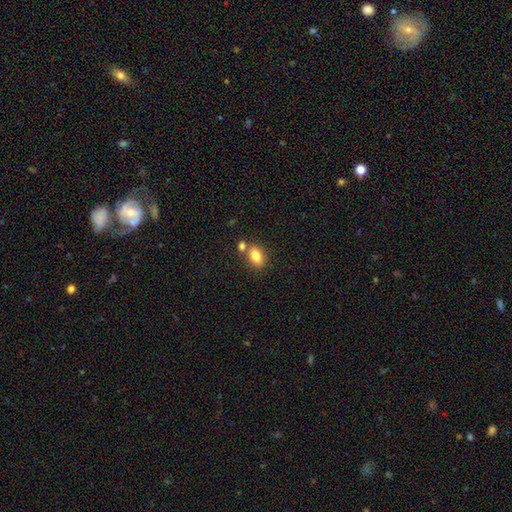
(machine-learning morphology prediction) A smooth galaxy with no disk features (81%) that is in between round and cigar-shaped (81%). Merging: none (62%).